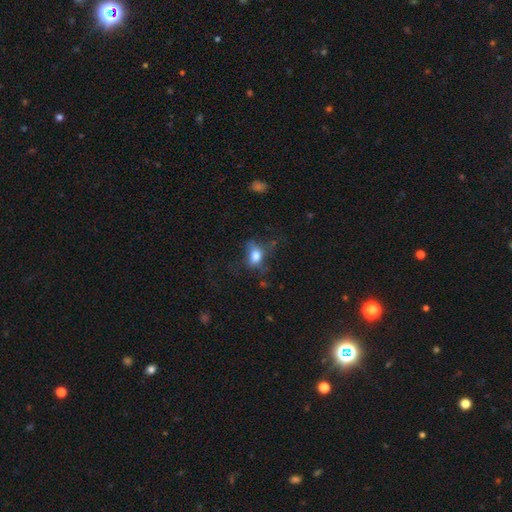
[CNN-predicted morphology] smooth_or_featured: smooth (p=0.72) [alt: featured or disk p=0.17]
how_rounded: in between (p=0.70) [alt: round p=0.27]
merging: none (p=0.47) [alt: major disturbance p=0.26]